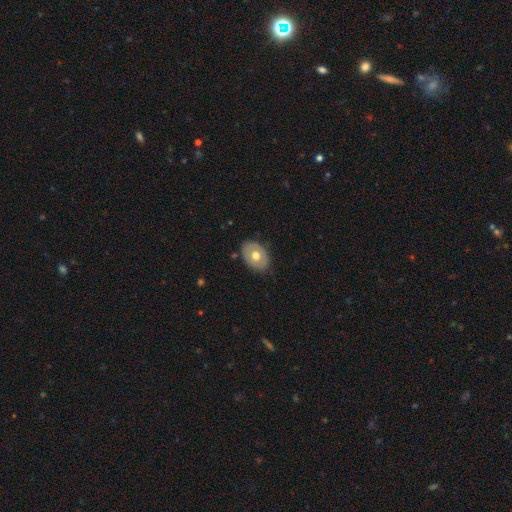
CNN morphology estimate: Q: Smooth or featured?
A: smooth (55%); runner-up: featured or disk (39%)
Q: How rounded?
A: in between (77%); runner-up: round (22%)
Q: Merging?
A: none (82%); runner-up: minor disturbance (13%)